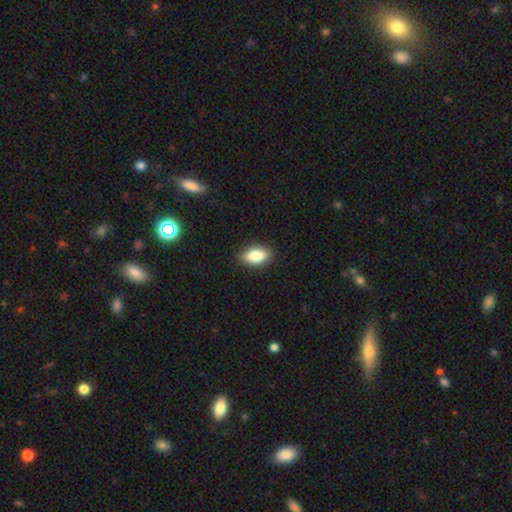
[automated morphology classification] type=smooth (83%); roundness=in between (89%); merging=none (89%).